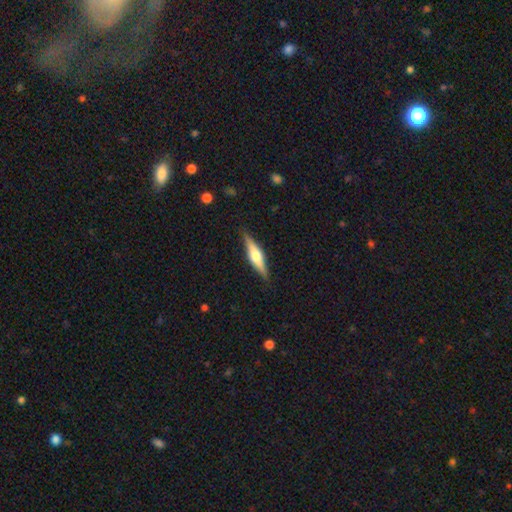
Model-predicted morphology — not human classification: This is likely a featured or disk galaxy (66%). It is clearly viewed edge-on (96%). Edge-on bulge: clearly rounded (88%). Merging: clearly none (88%).